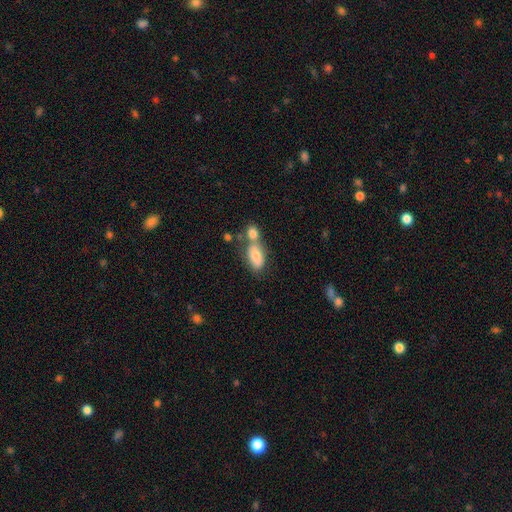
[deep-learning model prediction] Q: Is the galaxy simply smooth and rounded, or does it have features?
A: smooth — 76%.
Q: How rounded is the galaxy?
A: in between — 88%.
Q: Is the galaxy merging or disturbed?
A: merger — 45%.